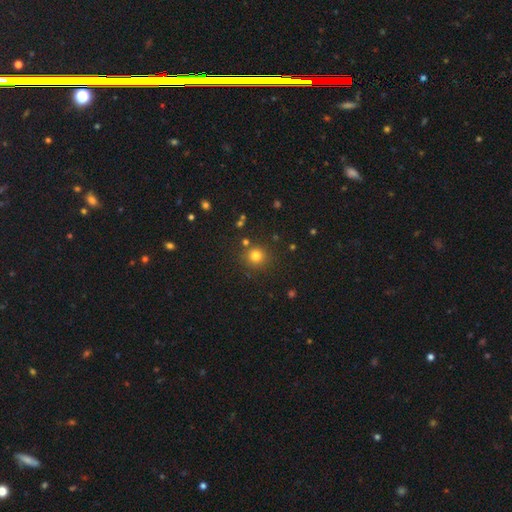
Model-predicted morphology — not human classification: Smooth or featured: smooth — 79% (star or artifact — 15%)
How rounded: round — 92% (in between — 7%)
Merging: none — 85% (minor disturbance — 8%)